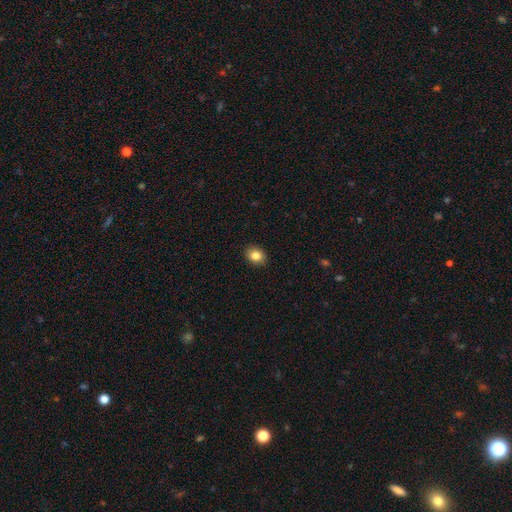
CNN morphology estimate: Smooth or featured?
  - smooth: 83% *
  - star or artifact: 10%
  - featured or disk: 7%
How rounded?
  - in between: 50% *
  - round: 49%
  - cigar-shaped: 1%
Merging?
  - none: 90% *
  - minor disturbance: 7%
  - major disturbance: 2%
  - merger: 1%